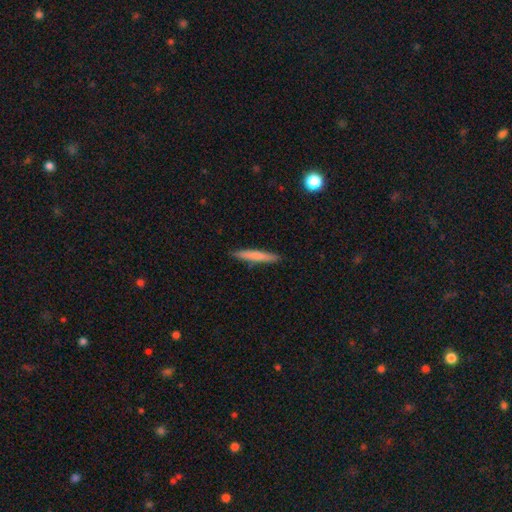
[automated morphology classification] Smooth or featured? smooth (72%)
How rounded? cigar-shaped (94%)
Merging? none (89%)